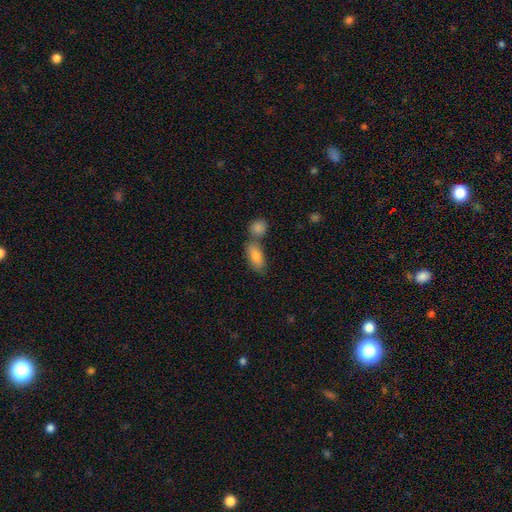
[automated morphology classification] Smooth or featured: smooth — 80% (featured or disk — 12%)
How rounded: in between — 85% (cigar-shaped — 11%)
Merging: none — 55% (merger — 31%)